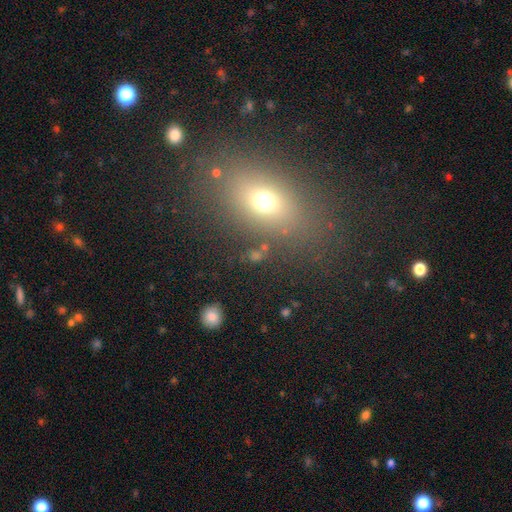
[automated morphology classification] smooth_or_featured: smooth (p=0.63) [alt: star or artifact p=0.23]
how_rounded: in between (p=0.62) [alt: round p=0.33]
merging: none (p=0.79) [alt: minor disturbance p=0.10]